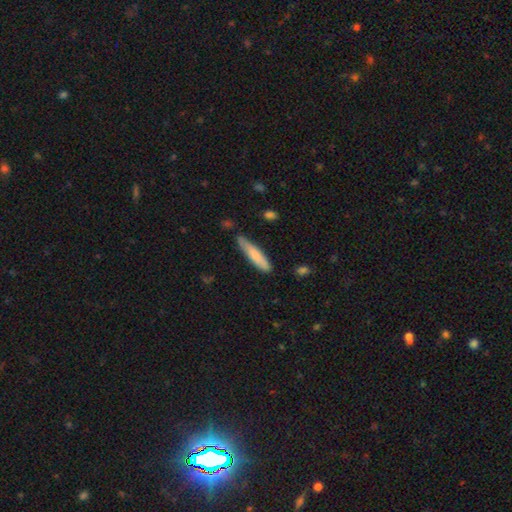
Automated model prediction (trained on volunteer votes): smooth 73%, featured or disk 21%, star or artifact 5%. Down the decision tree: how rounded — cigar-shaped (85%); merging — none (72%).